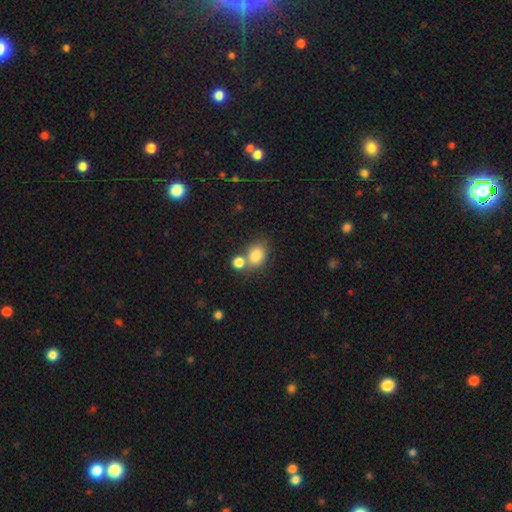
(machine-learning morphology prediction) smooth 81%, star or artifact 11%, featured or disk 9%. Down the decision tree: how rounded — round (54%); merging — none (50%).